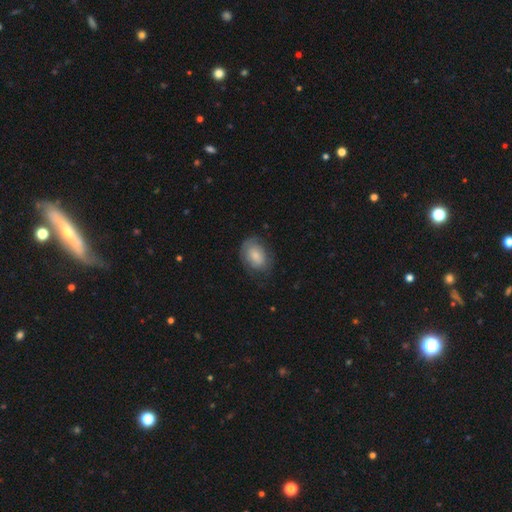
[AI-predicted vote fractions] smooth_or_featured: smooth (p=0.75) [alt: featured or disk p=0.19]
how_rounded: in between (p=0.78) [alt: round p=0.21]
merging: none (p=0.66) [alt: minor disturbance p=0.23]